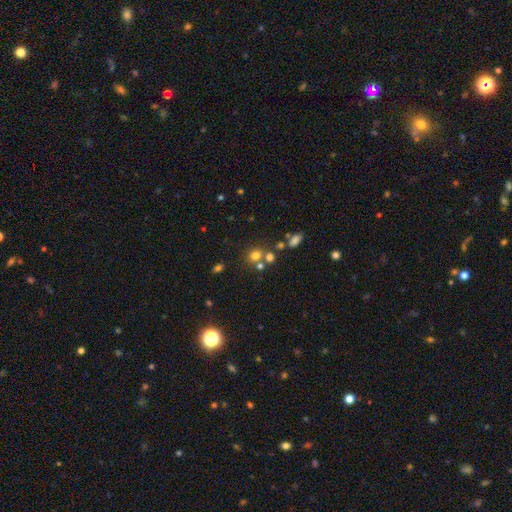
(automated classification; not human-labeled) Smooth or featured: smooth — 69% (star or artifact — 20%)
How rounded: round — 76% (in between — 23%)
Merging: none — 57% (merger — 29%)